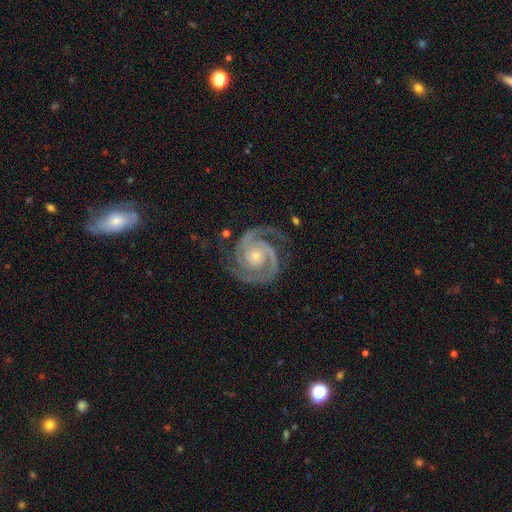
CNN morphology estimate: Overall: featured or disk (94%). Edge-on disk: no (98%). Bar: no (71%). Spiral arms: yes (99%). Spiral arm count: 2 (86%). Spiral winding: tight (65%; medium 32%). Bulge size: small (63%; moderate 33%). Merging: none (79%).